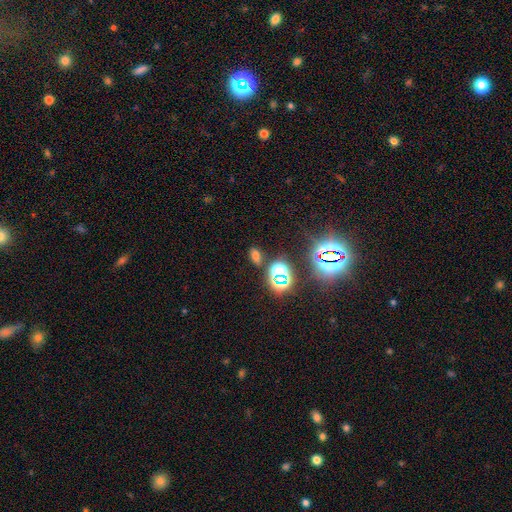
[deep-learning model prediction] Smooth or featured?
  - smooth: 54% *
  - star or artifact: 37%
  - featured or disk: 9%
How rounded?
  - in between: 81% *
  - round: 14%
  - cigar-shaped: 5%
Merging?
  - none: 78% *
  - minor disturbance: 11%
  - merger: 6%
  - major disturbance: 4%